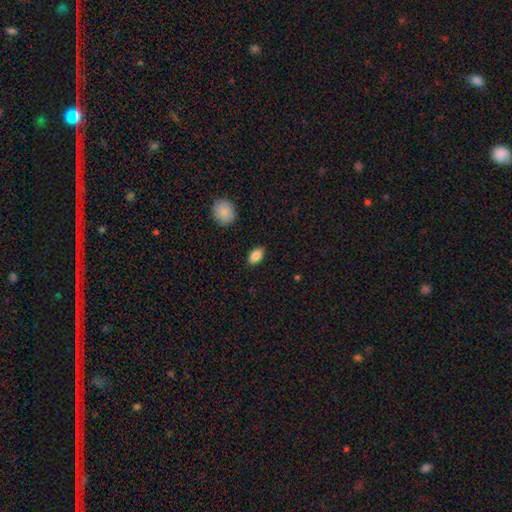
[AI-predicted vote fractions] Morphology: type=smooth (85%); roundness=in between (90%); merging=none (89%).